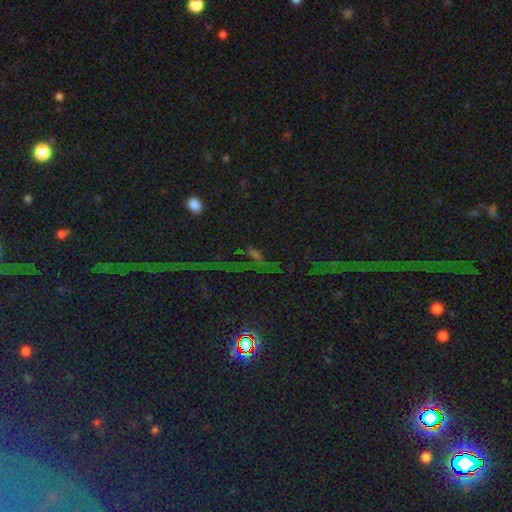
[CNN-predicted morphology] type=star or artifact (64%).